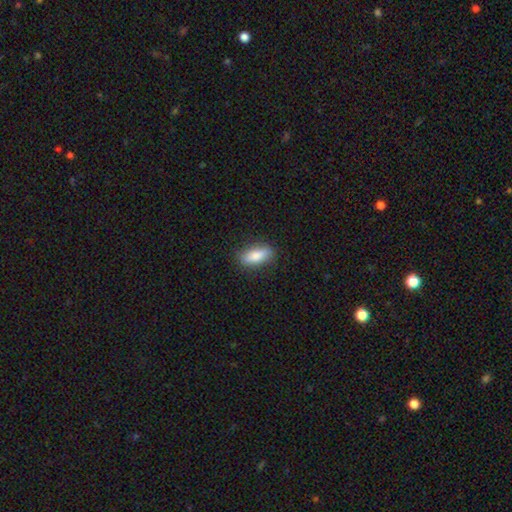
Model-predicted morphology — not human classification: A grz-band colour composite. It shows a smooth galaxy with no disk features (78%) that is in between round and cigar-shaped (67%). Merging: none (86%).